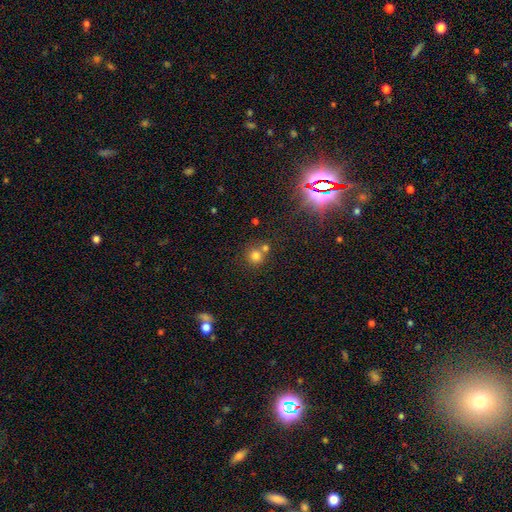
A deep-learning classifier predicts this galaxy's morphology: smooth_or_featured: smooth (p=0.76) [alt: star or artifact p=0.16]
how_rounded: round (p=0.90) [alt: in between p=0.09]
merging: none (p=0.58) [alt: merger p=0.31]